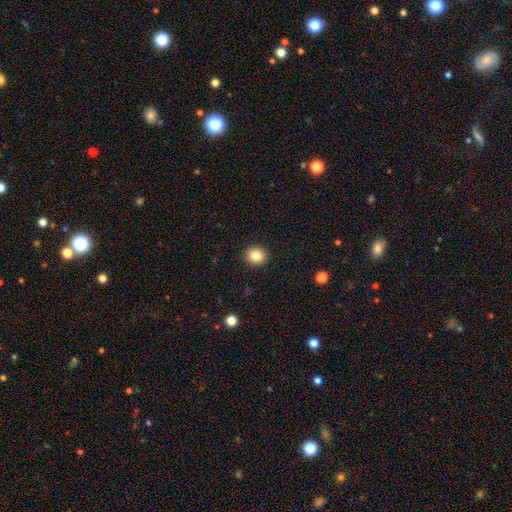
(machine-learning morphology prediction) Smooth or featured? smooth (84%)
How rounded? round (89%)
Merging? none (92%)